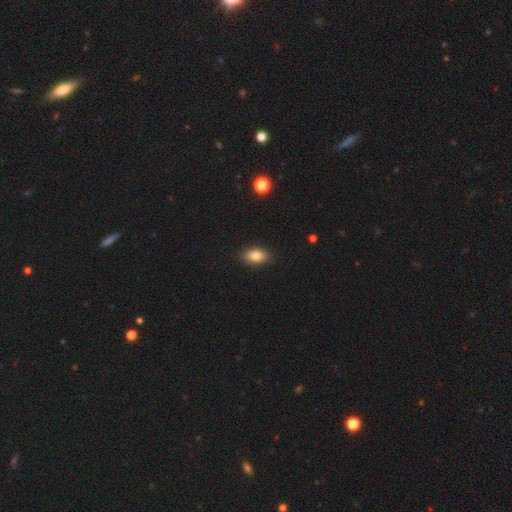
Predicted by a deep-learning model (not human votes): A smooth galaxy with no disk features (82%) that is in between round and cigar-shaped (87%).

Vote fractions:
- Smooth or featured? smooth: 82% / featured or disk: 10% / star or artifact: 9%
- How rounded? in between: 87% / round: 10% / cigar-shaped: 3%
- Merging? none: 88% / minor disturbance: 9% / major disturbance: 2% / merger: 1%